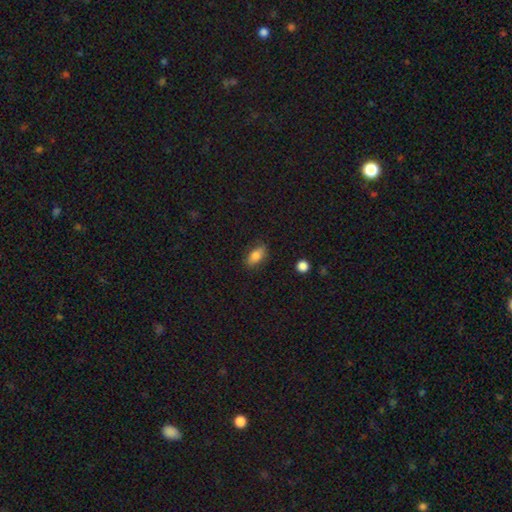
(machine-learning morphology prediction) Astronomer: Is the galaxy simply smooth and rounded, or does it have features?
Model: smooth — 82%.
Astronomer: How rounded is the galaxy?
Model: in between — 86%.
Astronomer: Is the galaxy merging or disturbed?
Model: none — 81%.